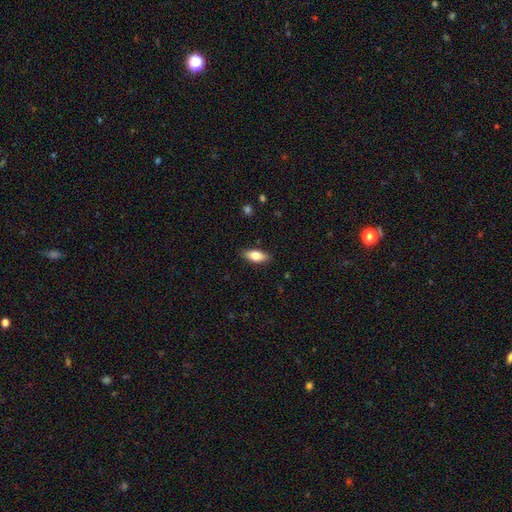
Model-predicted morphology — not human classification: Q: Smooth or featured?
A: smooth (78%); runner-up: featured or disk (15%)
Q: How rounded?
A: in between (81%); runner-up: cigar-shaped (16%)
Q: Merging?
A: none (86%); runner-up: minor disturbance (11%)